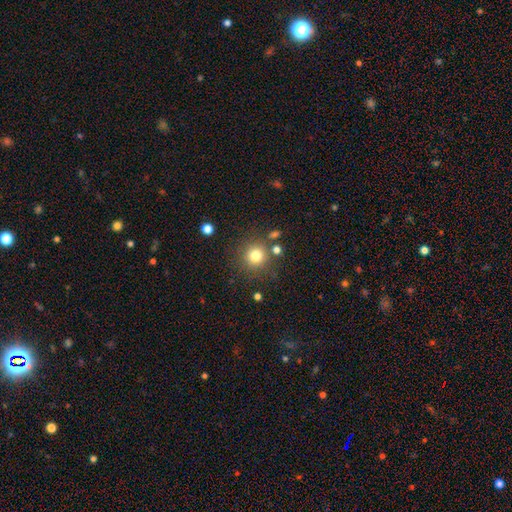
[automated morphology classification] smooth-or-featured: smooth: 79% | star or artifact: 14% | featured or disk: 8%
  how-rounded: round: 94% | in between: 5% | cigar-shaped: 1%
  merging: none: 82% | minor disturbance: 9% | merger: 6% | major disturbance: 4%